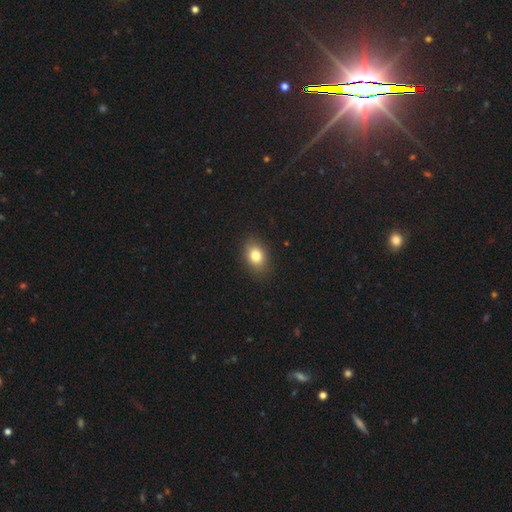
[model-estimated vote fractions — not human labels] This is clearly a smooth galaxy (81%). How rounded: likely in between (73%). Merging: clearly none (85%).